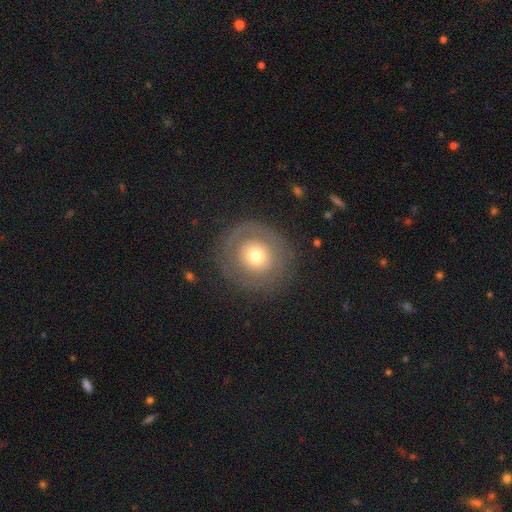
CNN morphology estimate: Smooth or featured?
  - smooth: 47% *
  - featured or disk: 44%
  - star or artifact: 8%
Merging?
  - none: 81% *
  - minor disturbance: 11%
  - major disturbance: 6%
  - merger: 1%